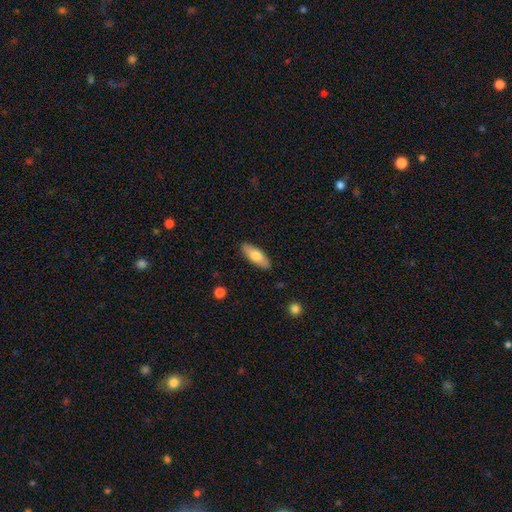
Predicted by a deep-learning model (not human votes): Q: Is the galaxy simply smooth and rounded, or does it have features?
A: smooth — 73%.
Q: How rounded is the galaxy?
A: in between — 73%.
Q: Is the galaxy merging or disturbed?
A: none — 87%.